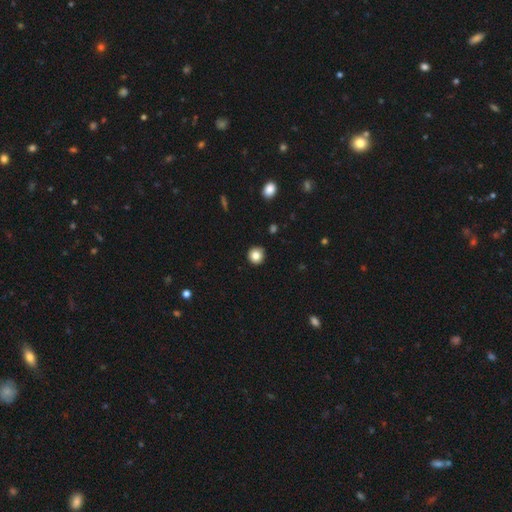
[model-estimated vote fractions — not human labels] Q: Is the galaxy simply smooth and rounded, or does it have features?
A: smooth — 83%.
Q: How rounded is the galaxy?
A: round — 93%.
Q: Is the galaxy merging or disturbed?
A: none — 88%.